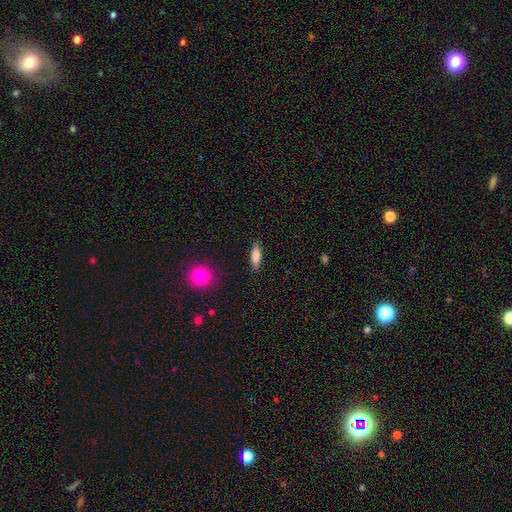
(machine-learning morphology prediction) Smooth or featured? Predicted: smooth (p=0.77). How rounded? Predicted: cigar-shaped (p=0.54). Merging? Predicted: none (p=0.87).